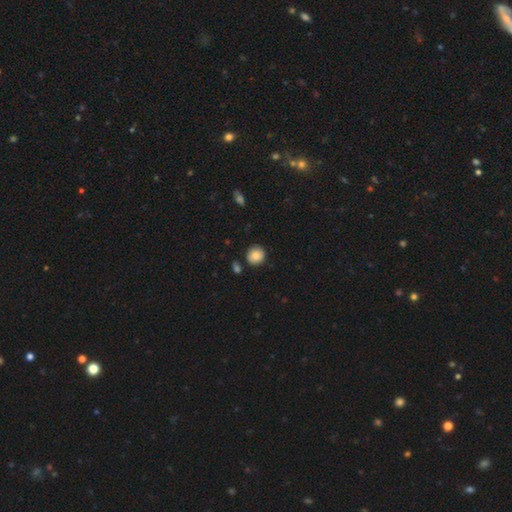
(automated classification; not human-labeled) This appears to be a smooth galaxy with no disk features (86%) that is round (88%). Merging: none (84%).